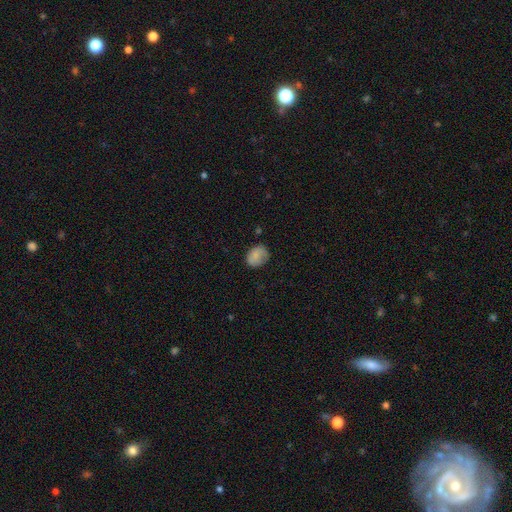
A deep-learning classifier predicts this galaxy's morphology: type=smooth (80%); roundness=in between (56%); merging=none (65%).